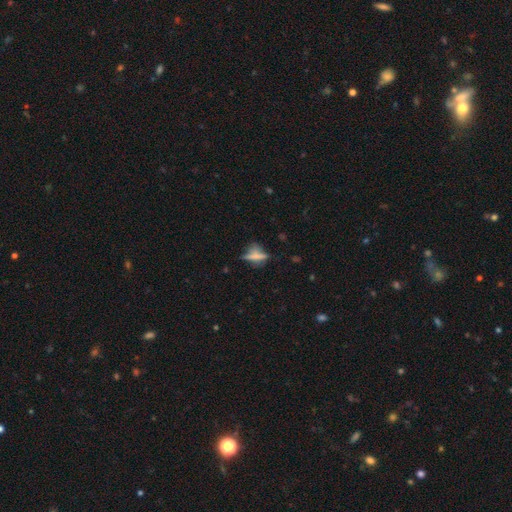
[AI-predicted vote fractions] The model was most divided on "smooth or featured": smooth: 48%, featured or disk: 38%, star or artifact: 15%. More confident: merging — none (55%).